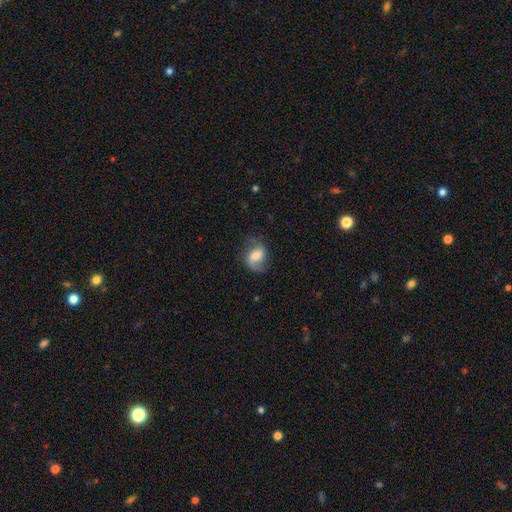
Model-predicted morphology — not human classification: The model was most divided on "smooth or featured": featured or disk: 46%, smooth: 45%, star or artifact: 9%. More confident: merging — none (62%).